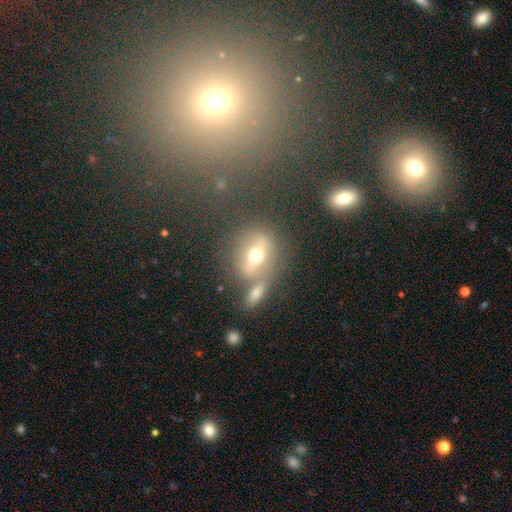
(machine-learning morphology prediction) Q: Smooth or featured?
A: smooth (46%); runner-up: featured or disk (39%)
Q: Merging?
A: none (54%); runner-up: merger (25%)